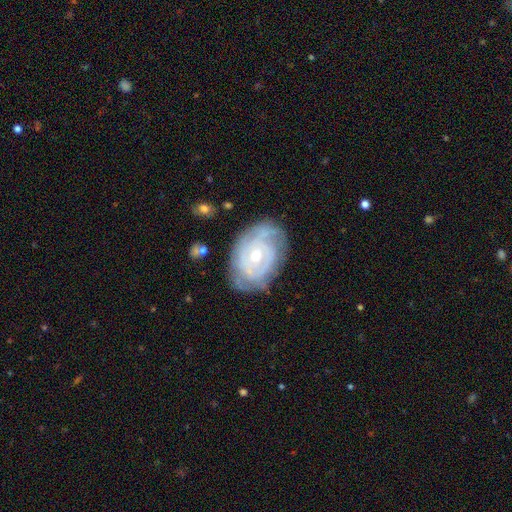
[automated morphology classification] Smooth or featured? Predicted: featured or disk (p=0.83). Edge-on disk? Predicted: no (p=0.97). Bar? Predicted: no (p=0.67). Spiral arms? Predicted: yes (p=0.89). Spiral winding? Predicted: tight (p=0.74). Spiral arm count? Predicted: can't tell (p=0.41). Bulge size? Predicted: moderate (p=0.57). Merging? Predicted: none (p=0.70).